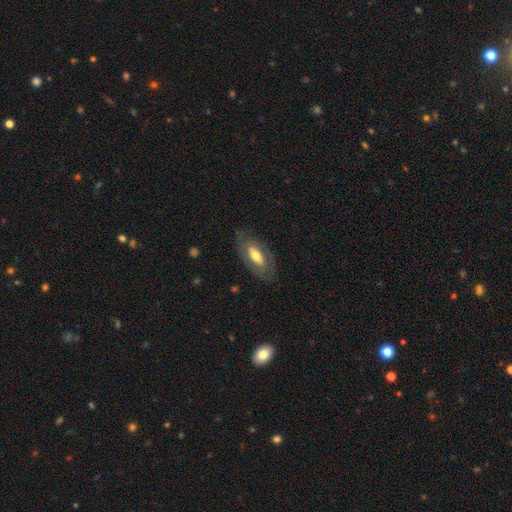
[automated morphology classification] Overall: featured or disk (53%; smooth 41%). Edge-on disk: no (83%). Merging: none (77%).